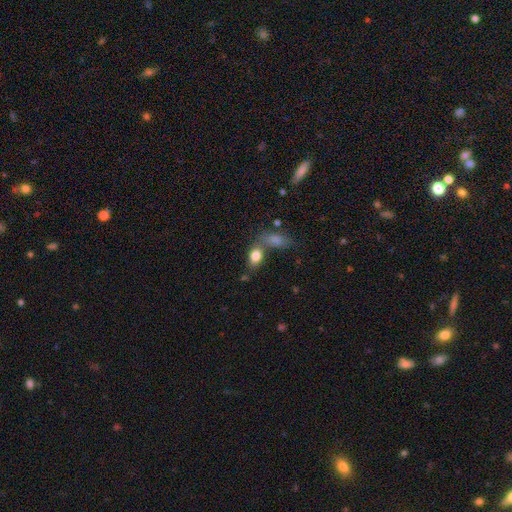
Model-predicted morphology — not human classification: Smooth or featured: smooth — 82% (star or artifact — 9%)
How rounded: in between — 81% (round — 16%)
Merging: none — 50% (merger — 32%)